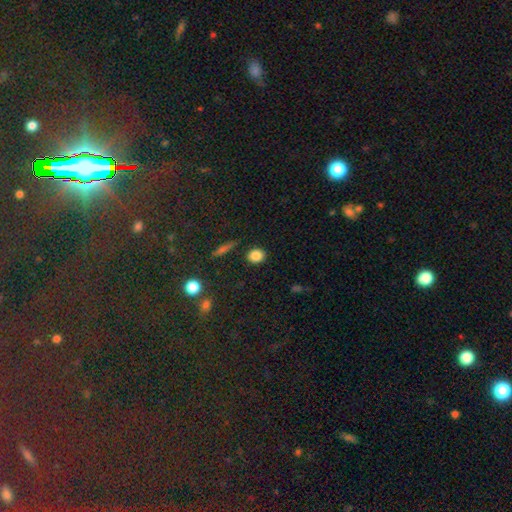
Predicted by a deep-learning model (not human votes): Smooth or featured: smooth — 84% (star or artifact — 10%)
How rounded: round — 71% (in between — 27%)
Merging: none — 88% (minor disturbance — 8%)